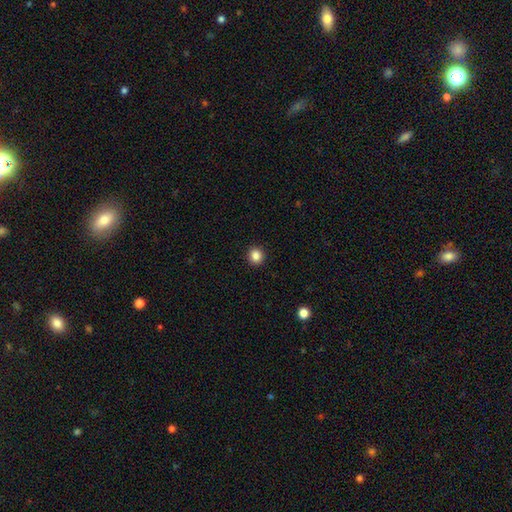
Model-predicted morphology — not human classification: Q: Smooth or featured?
A: smooth (85%); runner-up: star or artifact (11%)
Q: How rounded?
A: round (91%); runner-up: in between (8%)
Q: Merging?
A: none (93%); runner-up: minor disturbance (5%)